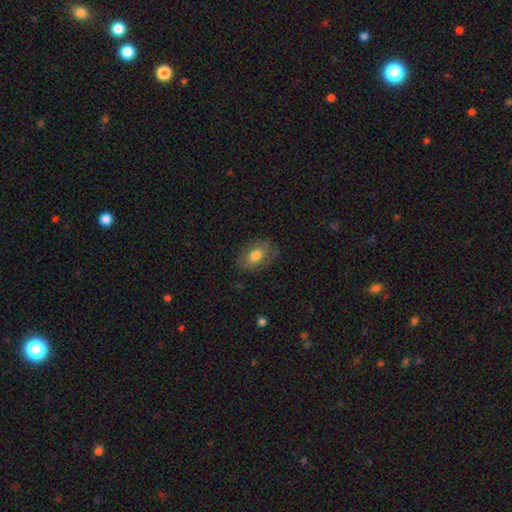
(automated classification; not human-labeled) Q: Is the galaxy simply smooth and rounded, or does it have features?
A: smooth — 68%.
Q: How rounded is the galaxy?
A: in between — 85%.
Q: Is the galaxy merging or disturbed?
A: none — 74%.